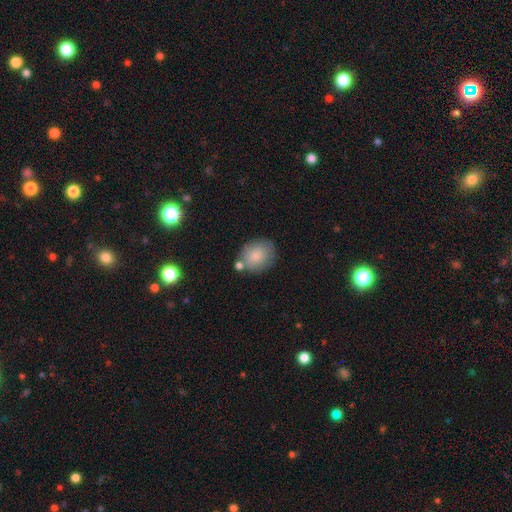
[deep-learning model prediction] smooth-or-featured: smooth: 83% | featured or disk: 10% | star or artifact: 8%
  how-rounded: round: 51% | in between: 48% | cigar-shaped: 1%
  merging: none: 67% | minor disturbance: 17% | merger: 12% | major disturbance: 5%